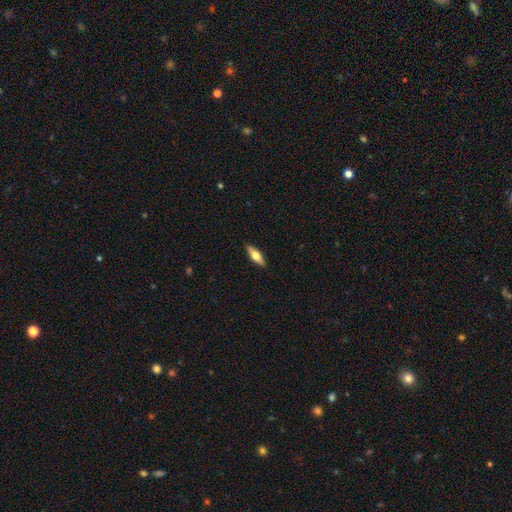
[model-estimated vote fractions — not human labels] Smooth or featured? smooth (51%)
How rounded? in between (52%)
Merging? none (89%)